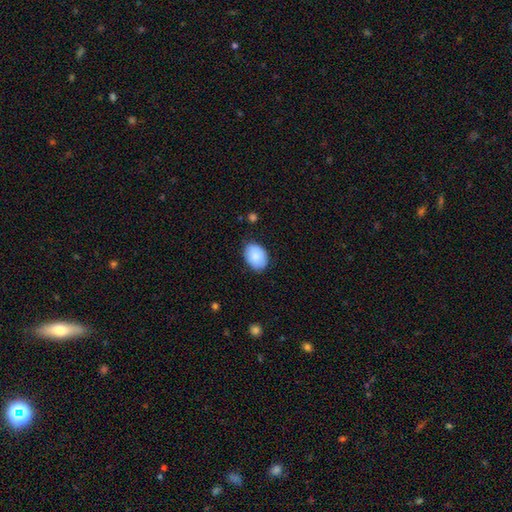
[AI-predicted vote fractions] smooth 87%, featured or disk 7%, star or artifact 6%. Down the decision tree: how rounded — in between (78%); merging — none (80%).